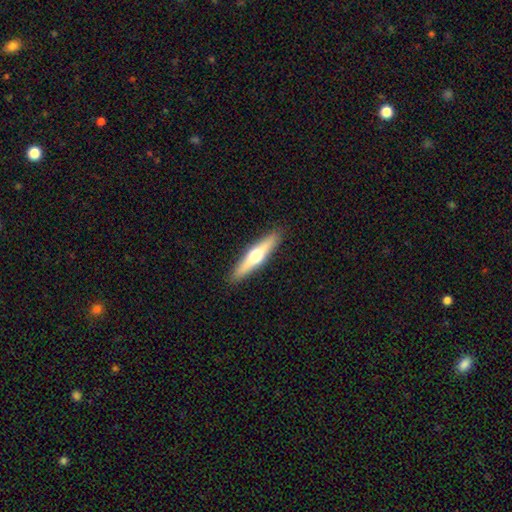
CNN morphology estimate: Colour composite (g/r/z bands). It shows a featured or disk galaxy (55%) viewed edge-on (95%) with a rounded central bulge (93%). Merging: none (91%).